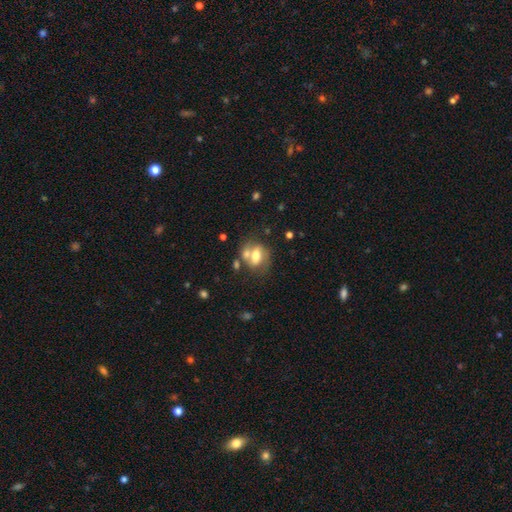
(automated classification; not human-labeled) Q: Smooth or featured?
A: smooth (53%); runner-up: featured or disk (38%)
Q: How rounded?
A: in between (63%); runner-up: round (35%)
Q: Merging?
A: none (44%); runner-up: merger (31%)